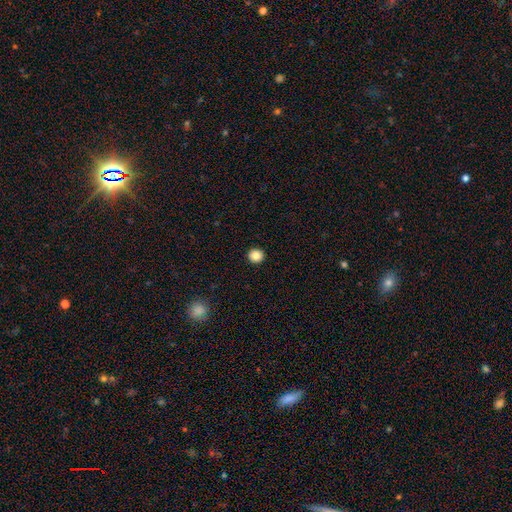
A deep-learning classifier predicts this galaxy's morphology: A smooth galaxy with no disk features (85%) that is round (92%).

Vote fractions:
- Smooth or featured? smooth: 85% / star or artifact: 10% / featured or disk: 4%
- How rounded? round: 92% / in between: 7% / cigar-shaped: 1%
- Merging? none: 93% / minor disturbance: 4% / major disturbance: 1% / merger: 1%